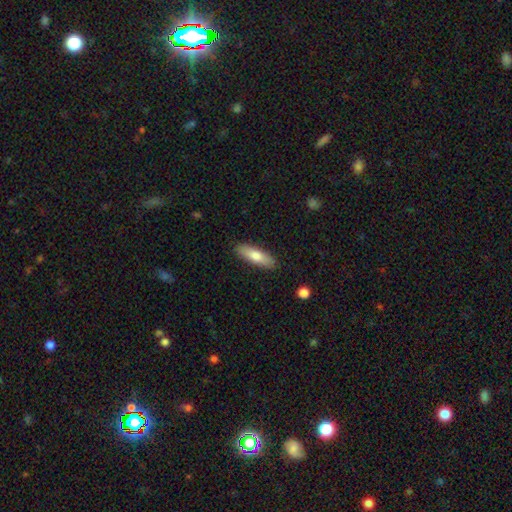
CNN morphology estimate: type=smooth (74%); roundness=cigar-shaped (54%); merging=none (88%).